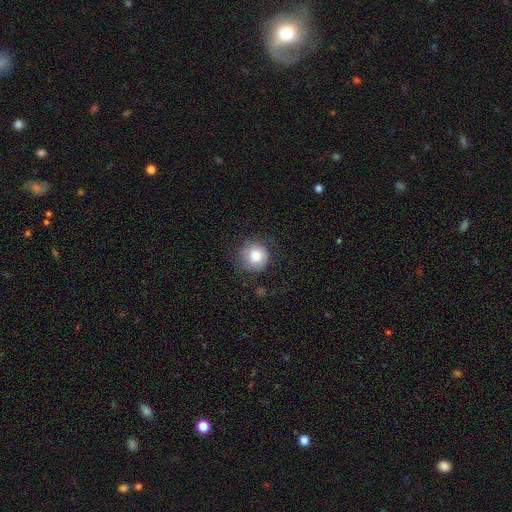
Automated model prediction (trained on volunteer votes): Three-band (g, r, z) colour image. It shows a smooth galaxy with no disk features (78%) that is round (91%). Merging: none (70%).